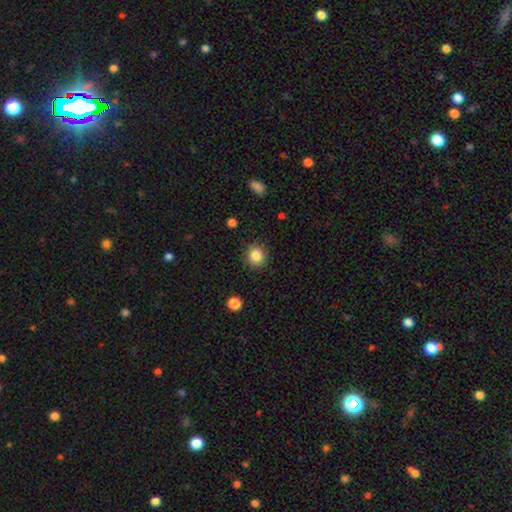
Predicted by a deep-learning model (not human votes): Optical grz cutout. It shows a smooth galaxy with no disk features (85%) that is round (89%). Merging: none (89%).